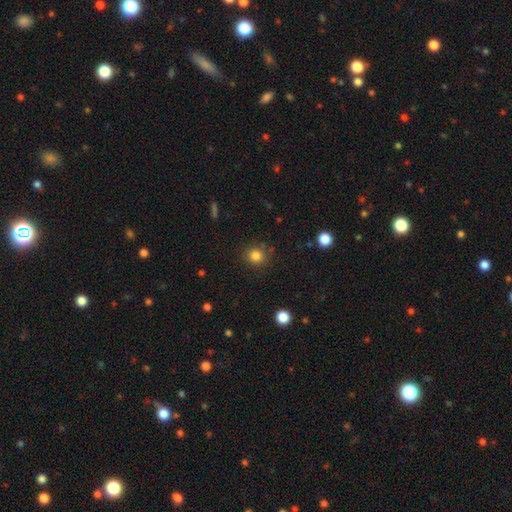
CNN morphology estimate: type=smooth (83%); roundness=round (88%); merging=none (86%).